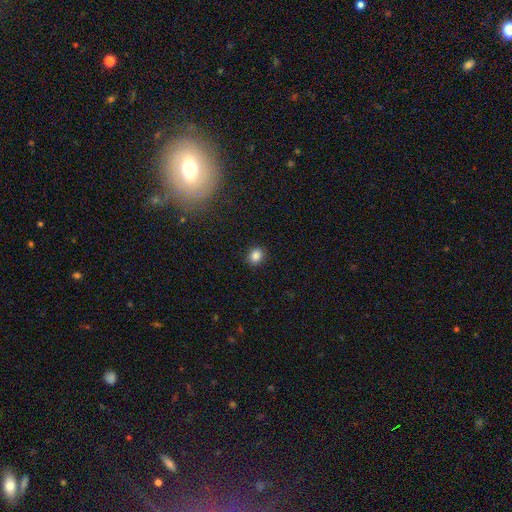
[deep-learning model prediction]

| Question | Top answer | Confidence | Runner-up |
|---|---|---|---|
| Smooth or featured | smooth | 85% | star or artifact (11%) |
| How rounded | round | 65% | in between (34%) |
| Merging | none | 90% | minor disturbance (7%) |